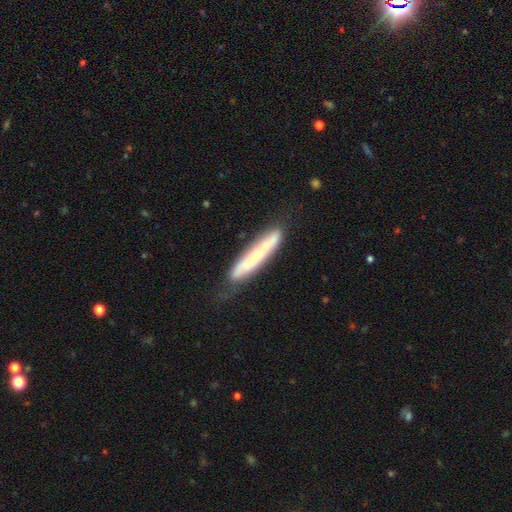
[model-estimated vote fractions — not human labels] A smooth galaxy with no disk features (53%) that is cigar-shaped (92%). Merging: none (66%).